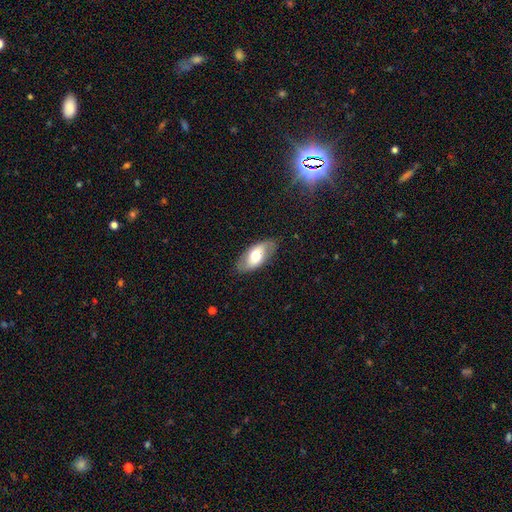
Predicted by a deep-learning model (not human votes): smooth 50%, featured or disk 44%, star or artifact 6%. Down the decision tree: merging — none (81%).